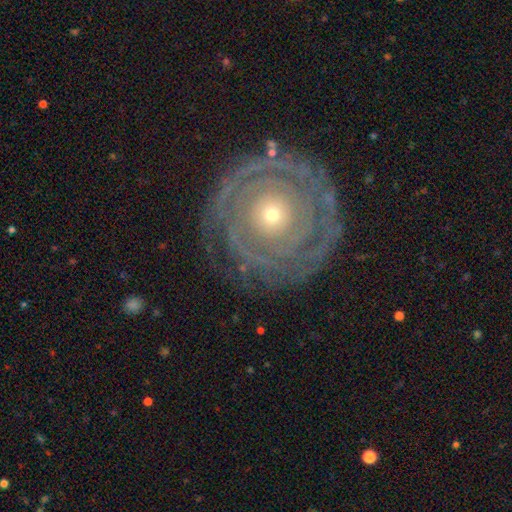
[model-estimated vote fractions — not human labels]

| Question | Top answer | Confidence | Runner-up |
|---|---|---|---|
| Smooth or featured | featured or disk | 83% | smooth (11%) |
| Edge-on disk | no | 96% | yes (4%) |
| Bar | no | 88% | weak (8%) |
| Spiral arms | yes | 87% | no (13%) |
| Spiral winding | tight | 87% | medium (10%) |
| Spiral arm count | can't tell | 36% | 2 (19%) |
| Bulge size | small | 70% | moderate (26%) |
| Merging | none | 80% | minor disturbance (13%) |